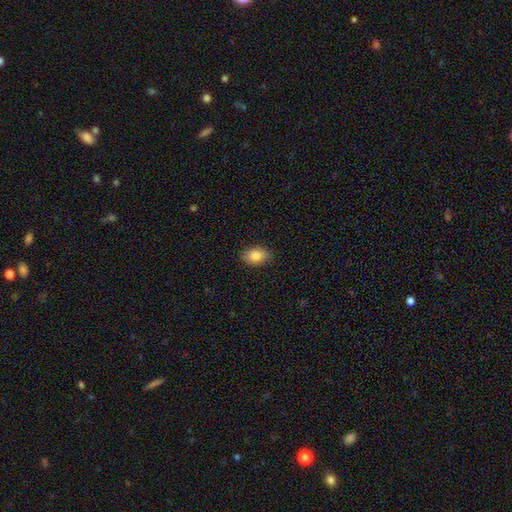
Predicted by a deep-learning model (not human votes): Smooth or featured? Predicted: smooth (p=0.85). How rounded? Predicted: in between (p=0.85). Merging? Predicted: none (p=0.88).